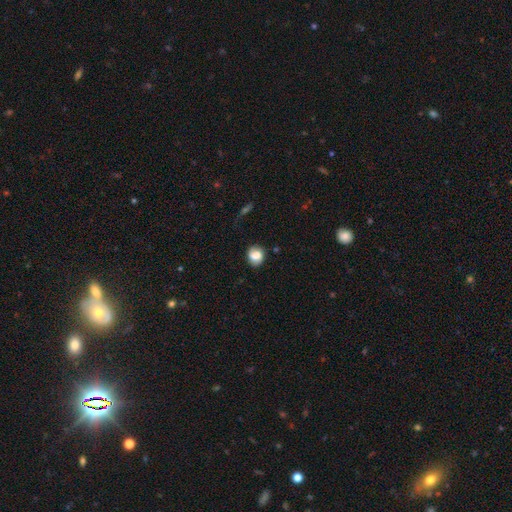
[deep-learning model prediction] Morphology: type=smooth (71%); roundness=round (68%); merging=none (77%).